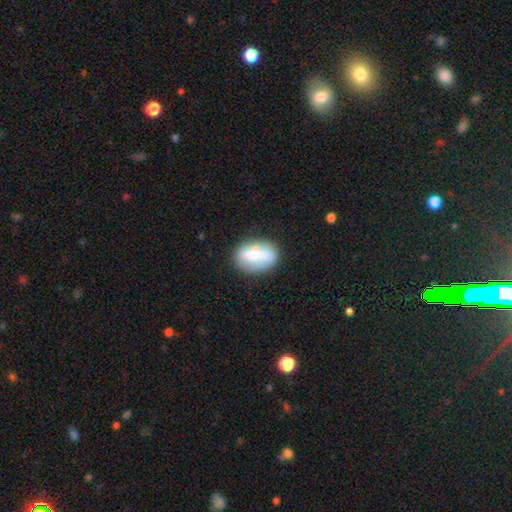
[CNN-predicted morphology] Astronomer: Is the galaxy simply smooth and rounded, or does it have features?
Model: smooth — 53% (runner-up: featured or disk, 40%).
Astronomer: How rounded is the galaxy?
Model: in between — 77%.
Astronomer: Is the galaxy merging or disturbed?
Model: none — 59%.